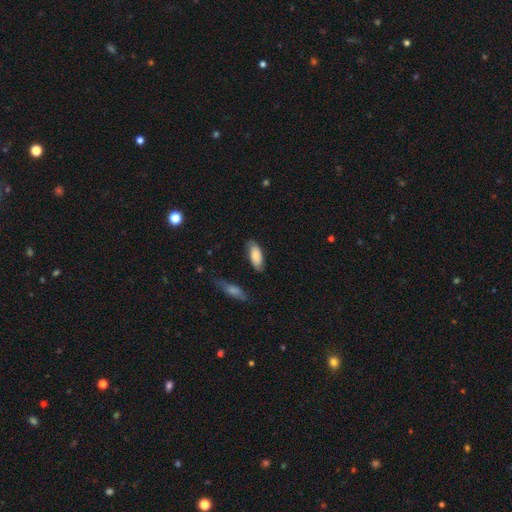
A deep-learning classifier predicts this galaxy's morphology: The model was most divided on "merging": none: 75%, minor disturbance: 18%, major disturbance: 4%, merger: 3%. More confident: how rounded — in between (84%); smooth or featured — smooth (78%).